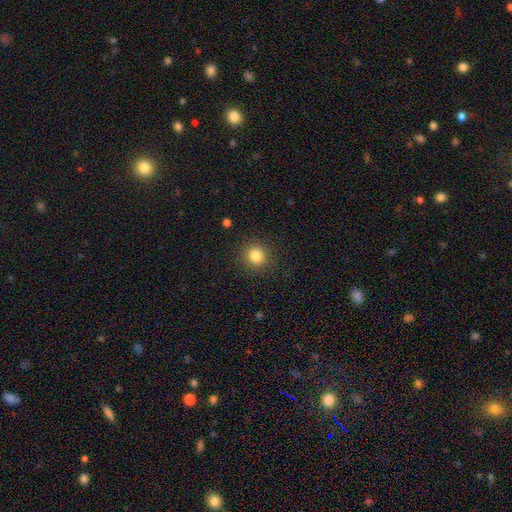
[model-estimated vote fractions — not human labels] This is clearly a smooth galaxy (83%). How rounded: clearly round (87%). Merging: clearly none (89%).